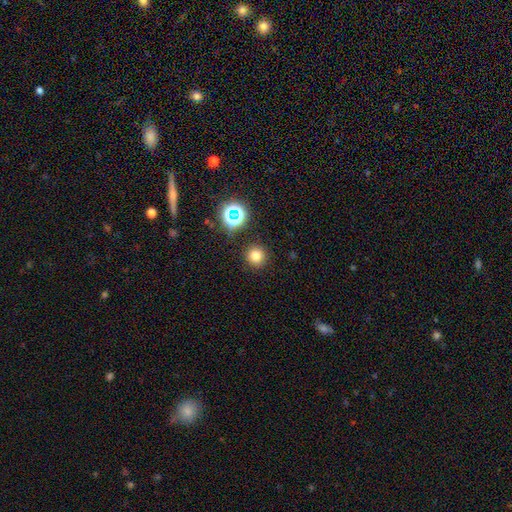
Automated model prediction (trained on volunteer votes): Smooth or featured: smooth — 75% (star or artifact — 18%)
How rounded: round — 95% (in between — 4%)
Merging: none — 90% (minor disturbance — 6%)